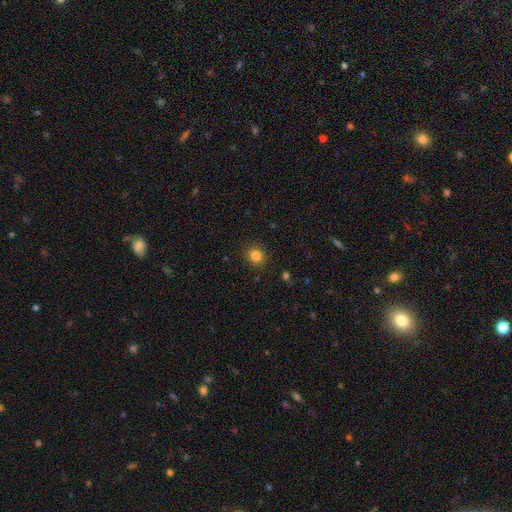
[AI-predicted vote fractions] smooth 83%, star or artifact 12%, featured or disk 5%. Down the decision tree: how rounded — round (88%); merging — none (91%).